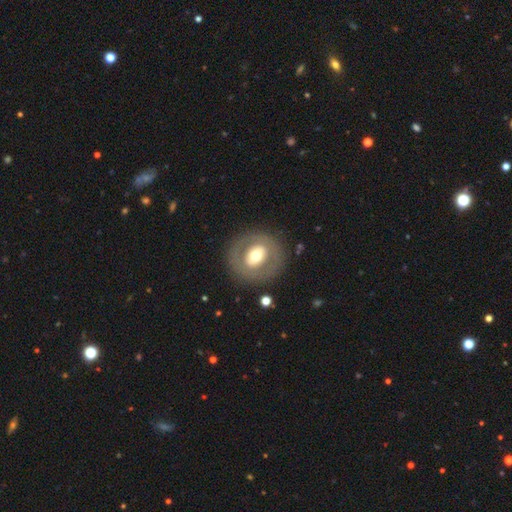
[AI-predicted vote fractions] A featured or disk galaxy (48%). Merging: none (83%).